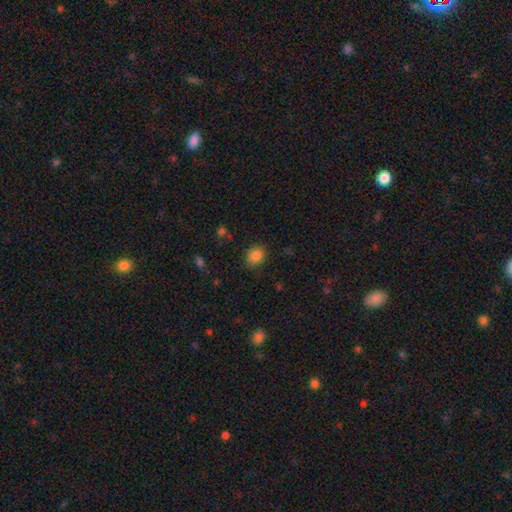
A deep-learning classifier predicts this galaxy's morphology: Smooth or featured: smooth — 85% (star or artifact — 10%)
How rounded: round — 58% (in between — 41%)
Merging: none — 83% (minor disturbance — 12%)